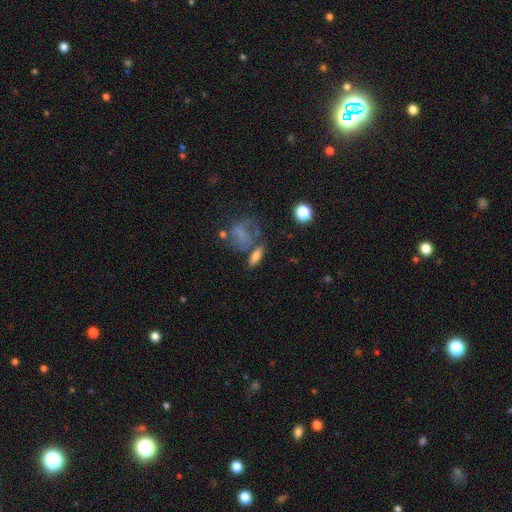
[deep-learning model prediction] smooth-or-featured: smooth: 68% | featured or disk: 19% | star or artifact: 12%
  how-rounded: in between: 63% | cigar-shaped: 27% | round: 10%
  merging: none: 56% | merger: 18% | minor disturbance: 16% | major disturbance: 10%